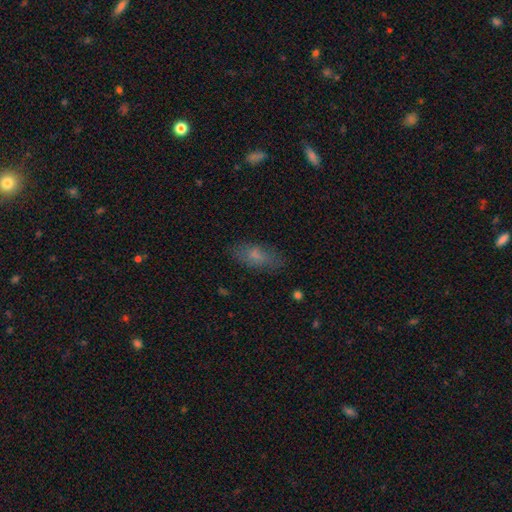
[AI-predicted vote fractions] Morphology: type=smooth (72%); roundness=in between (81%); merging=none (78%).